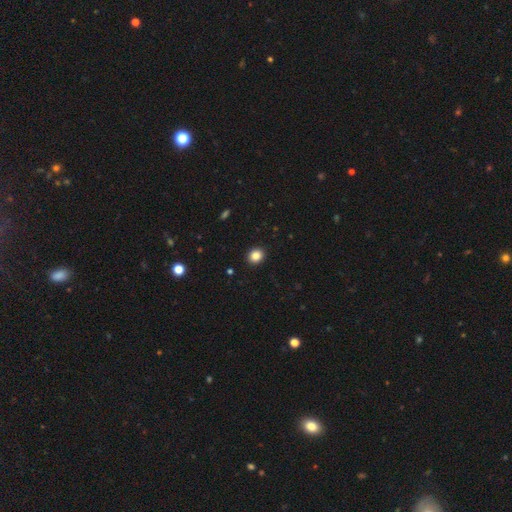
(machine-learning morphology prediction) Smooth or featured? smooth (85%)
How rounded? round (79%)
Merging? none (92%)